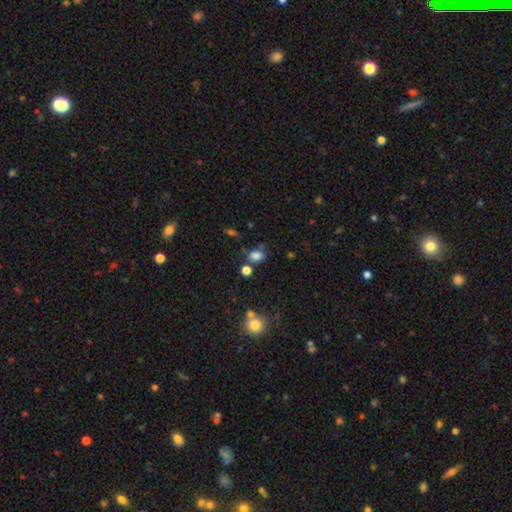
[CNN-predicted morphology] A smooth galaxy with no disk features (78%) that is in between round and cigar-shaped (65%).

Vote fractions:
- Smooth or featured? smooth: 78% / star or artifact: 15% / featured or disk: 7%
- How rounded? in between: 65% / round: 34% / cigar-shaped: 1%
- Merging? none: 60% / minor disturbance: 19% / merger: 13% / major disturbance: 8%